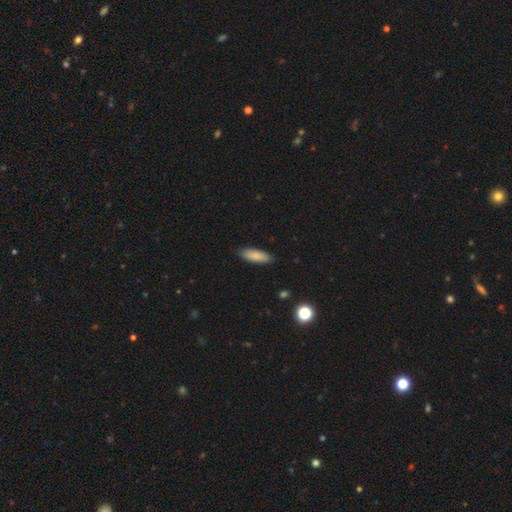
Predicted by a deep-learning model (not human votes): Smooth or featured: smooth — 86% (featured or disk — 7%)
How rounded: in between — 62% (cigar-shaped — 37%)
Merging: none — 87% (minor disturbance — 10%)